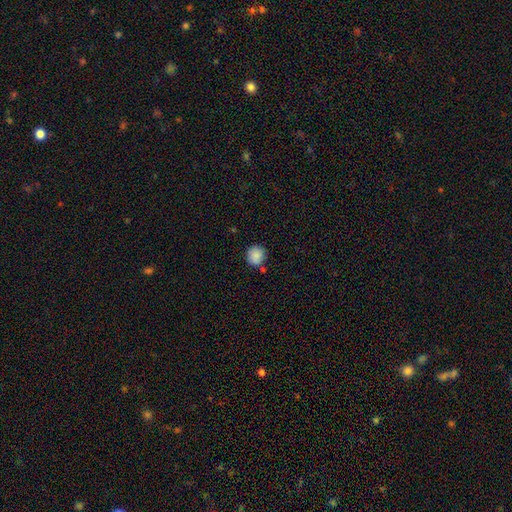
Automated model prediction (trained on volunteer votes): This appears to be a smooth galaxy with no disk features (87%) that is round (88%). Merging: none (75%).